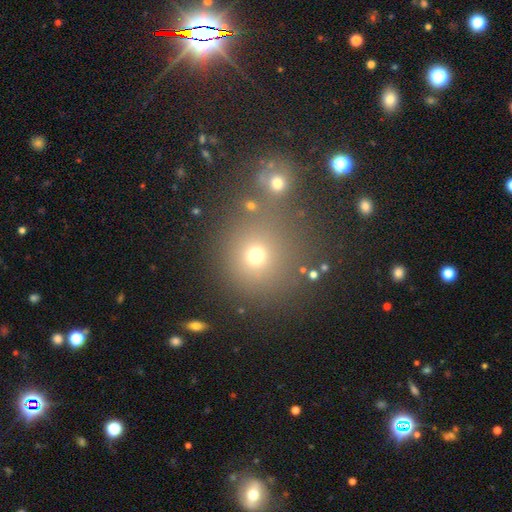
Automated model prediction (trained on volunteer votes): Q: Smooth or featured?
A: smooth (68%); runner-up: star or artifact (22%)
Q: How rounded?
A: round (86%); runner-up: in between (12%)
Q: Merging?
A: none (65%); runner-up: merger (21%)